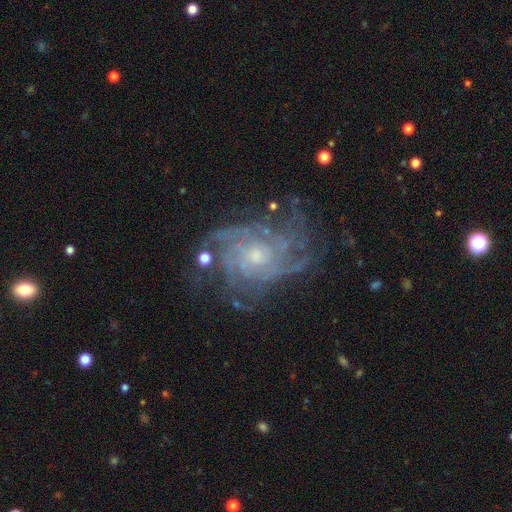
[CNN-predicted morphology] Smooth or featured?
  - featured or disk: 88% *
  - star or artifact: 7%
  - smooth: 5%
Edge-on disk?
  - no: 97% *
  - yes: 3%
Bar?
  - no: 76% *
  - weak: 20%
  - strong: 4%
Spiral arms?
  - yes: 96% *
  - no: 4%
Spiral winding?
  - tight: 62% *
  - medium: 31%
  - loose: 8%
Spiral arm count?
  - can't tell: 29% *
  - 4: 24%
  - more than 4: 15%
  - 3: 14%
  - 2: 10%
  - 1: 7%
Bulge size?
  - small: 64% *
  - moderate: 31%
  - none: 3%
  - large: 2%
  - dominant: 1%
Merging?
  - none: 68% *
  - minor disturbance: 18%
  - major disturbance: 11%
  - merger: 3%